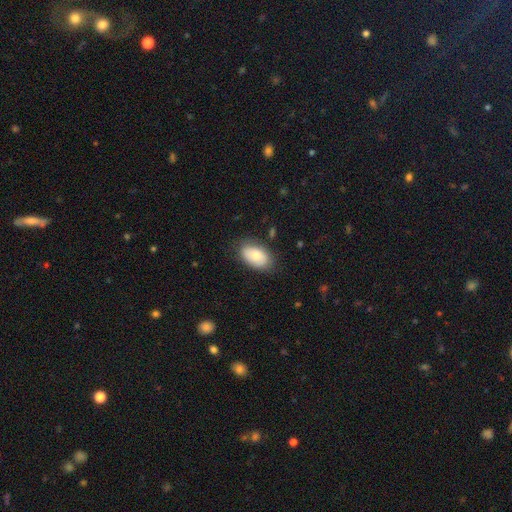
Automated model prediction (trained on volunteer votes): smooth_or_featured: smooth (p=0.78) [alt: featured or disk p=0.16]
how_rounded: in between (p=0.93) [alt: round p=0.06]
merging: none (p=0.79) [alt: minor disturbance p=0.16]